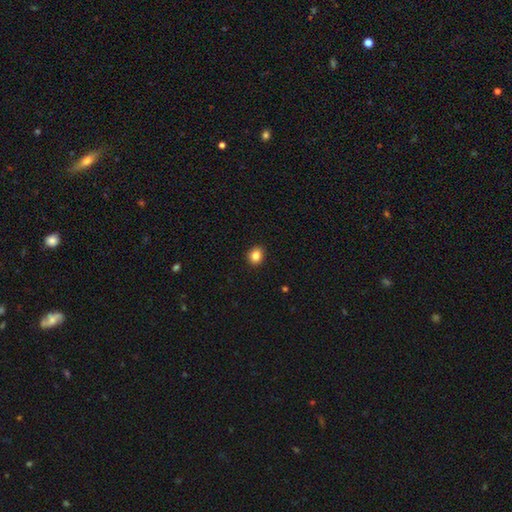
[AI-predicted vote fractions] Morphology: type=smooth (85%); roundness=round (65%); merging=none (91%).